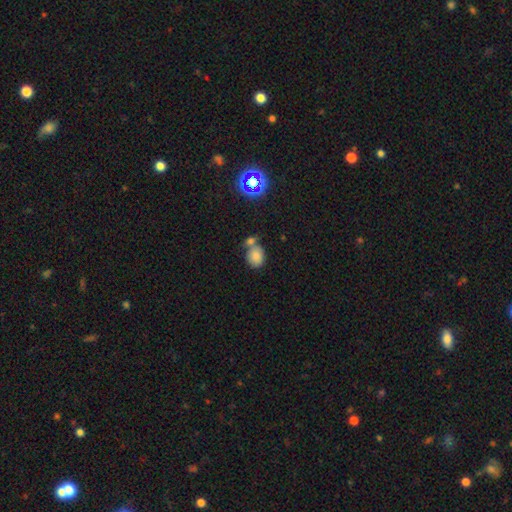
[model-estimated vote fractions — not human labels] Smooth or featured: smooth — 79% (star or artifact — 12%)
How rounded: round — 53% (in between — 45%)
Merging: none — 47% (merger — 36%)